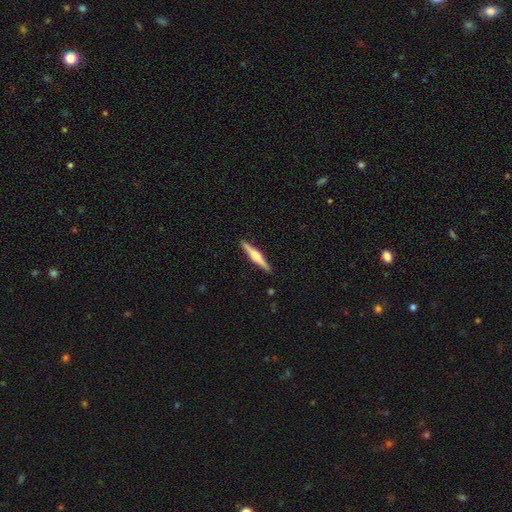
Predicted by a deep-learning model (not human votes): Morphology: type=featured or disk (70%); edge-on=yes (98%); edge-on bulge=rounded (88%); merging=none (91%).